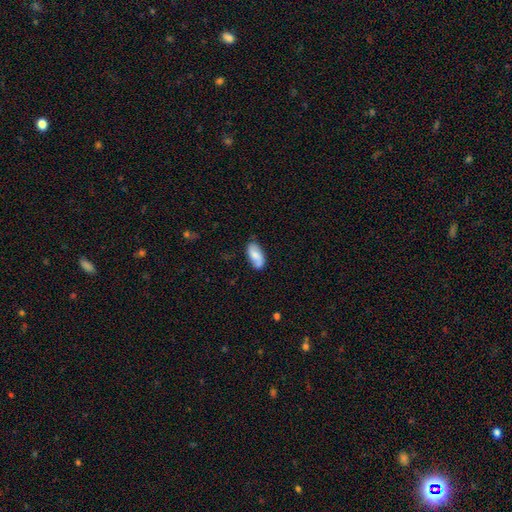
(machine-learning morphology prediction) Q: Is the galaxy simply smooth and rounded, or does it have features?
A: smooth — 61%.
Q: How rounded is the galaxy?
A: in between — 91%.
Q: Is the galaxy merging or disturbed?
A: none — 75%.